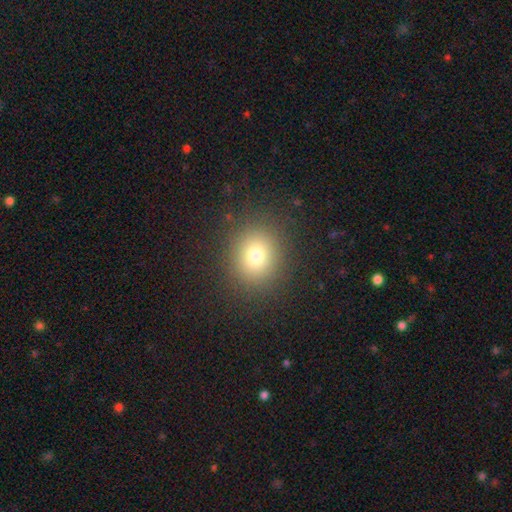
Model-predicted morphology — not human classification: The model was most divided on "how rounded": round: 73%, in between: 26%, cigar-shaped: 1%. More confident: merging — none (89%); smooth or featured — smooth (76%).